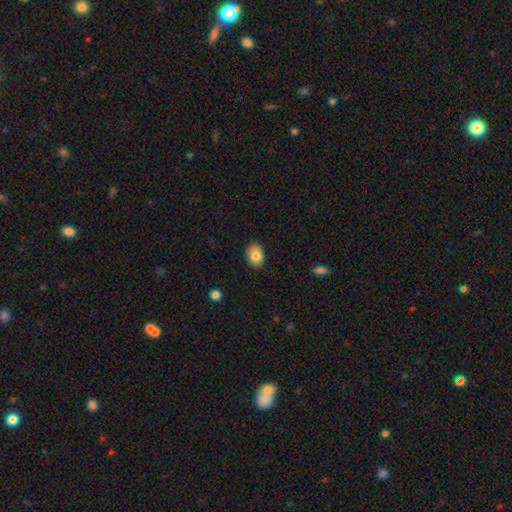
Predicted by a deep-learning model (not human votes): This is clearly a smooth galaxy (84%). How rounded: likely in between (79%). Merging: clearly none (87%).